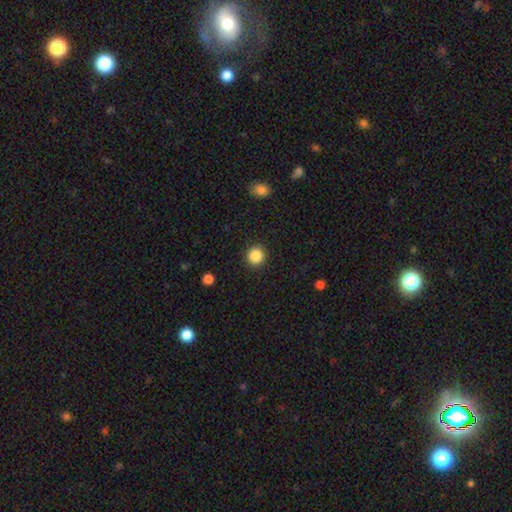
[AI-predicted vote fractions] A smooth galaxy with no disk features (86%) that is round (94%). Merging: none (92%).